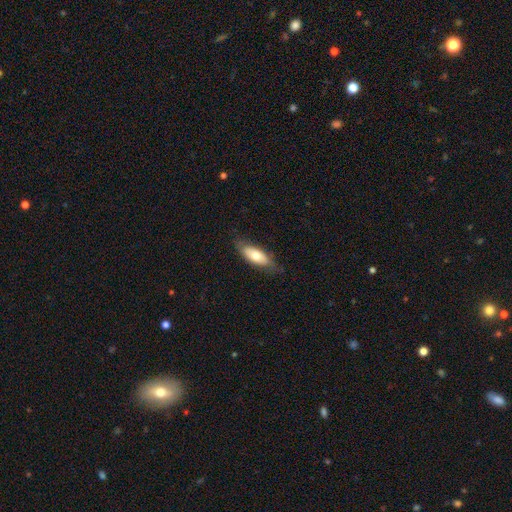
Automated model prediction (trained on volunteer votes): Smooth or featured: smooth — 67% (featured or disk — 27%)
How rounded: in between — 79% (cigar-shaped — 19%)
Merging: none — 74% (minor disturbance — 20%)